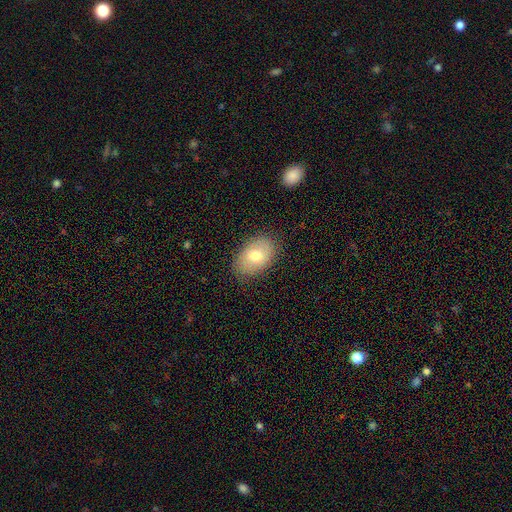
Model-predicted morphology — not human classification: smooth-or-featured: smooth: 70% | featured or disk: 22% | star or artifact: 8%
  how-rounded: in between: 86% | round: 12% | cigar-shaped: 1%
  merging: none: 83% | minor disturbance: 13% | major disturbance: 3% | merger: 1%